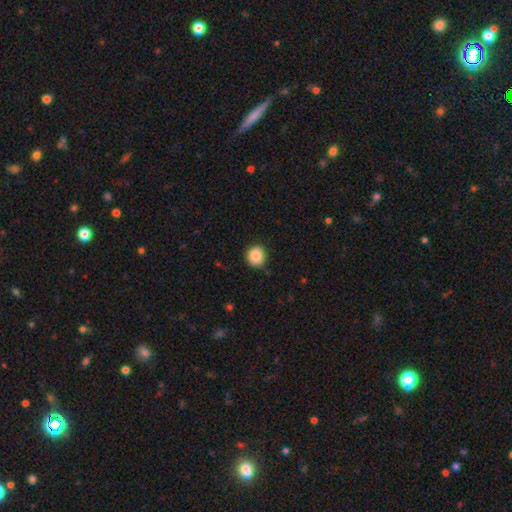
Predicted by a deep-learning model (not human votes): This is clearly a smooth galaxy (88%). How rounded: clearly round (84%). Merging: clearly none (87%).